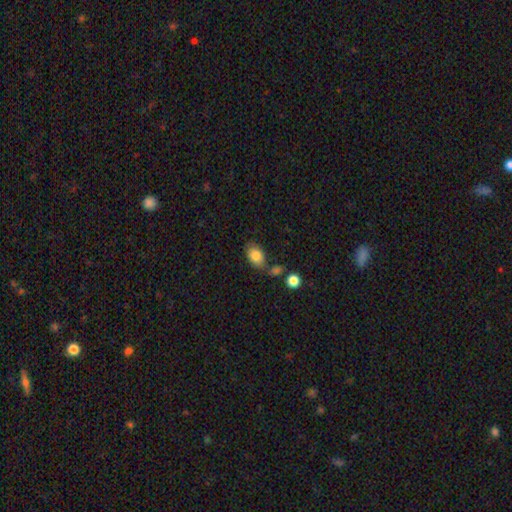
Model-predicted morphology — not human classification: Smooth or featured? Predicted: smooth (p=0.83). How rounded? Predicted: in between (p=0.86). Merging? Predicted: none (p=0.61).